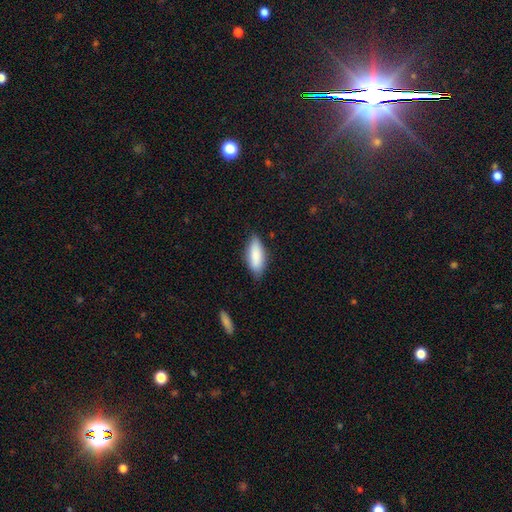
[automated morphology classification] Q: Smooth or featured?
A: smooth (85%); runner-up: featured or disk (10%)
Q: How rounded?
A: in between (71%); runner-up: cigar-shaped (27%)
Q: Merging?
A: none (80%); runner-up: minor disturbance (16%)